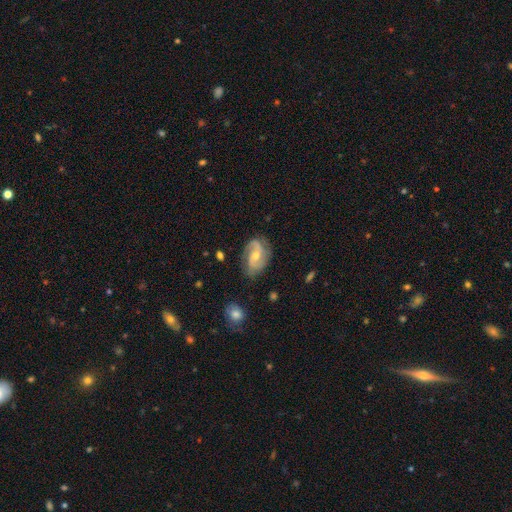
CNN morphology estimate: featured or disk 81%, smooth 13%, star or artifact 6%. Down the decision tree: edge-on disk — no (97%); bar — no (49%); spiral arms — yes (95%); spiral arm count — 2 (82%); spiral winding — medium (48%); bulge size — moderate (50%); merging — none (73%).